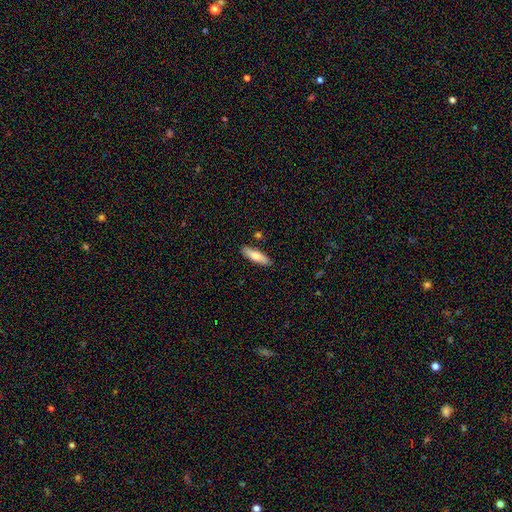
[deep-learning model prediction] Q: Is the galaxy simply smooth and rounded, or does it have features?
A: smooth — 73%.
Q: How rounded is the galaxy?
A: cigar-shaped — 55%.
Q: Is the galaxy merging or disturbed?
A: none — 87%.